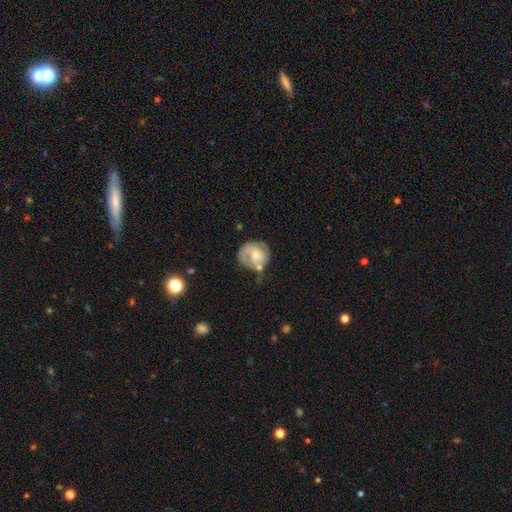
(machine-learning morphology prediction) Smooth or featured?
  - featured or disk: 54% *
  - smooth: 39%
  - star or artifact: 7%
Edge-on disk?
  - no: 97% *
  - yes: 3%
Bar?
  - no: 71% *
  - weak: 24%
  - strong: 4%
Spiral arms?
  - yes: 69% *
  - no: 31%
Bulge size?
  - moderate: 55% *
  - small: 35%
  - large: 5%
  - none: 3%
  - dominant: 1%
Merging?
  - none: 38% *
  - minor disturbance: 28%
  - major disturbance: 18%
  - merger: 17%